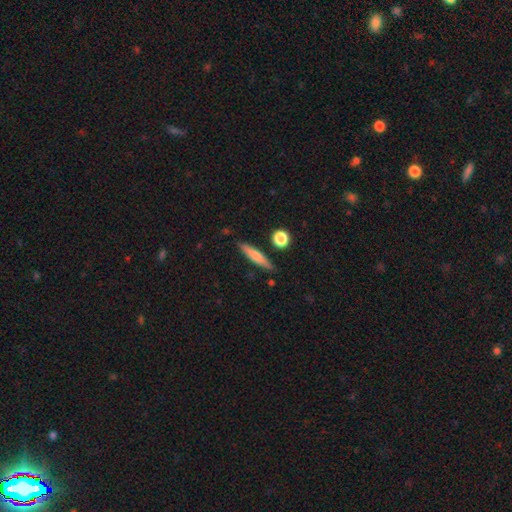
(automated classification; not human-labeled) The model was most divided on "smooth or featured": smooth: 63%, featured or disk: 30%, star or artifact: 7%. More confident: how rounded — cigar-shaped (86%); merging — none (84%).